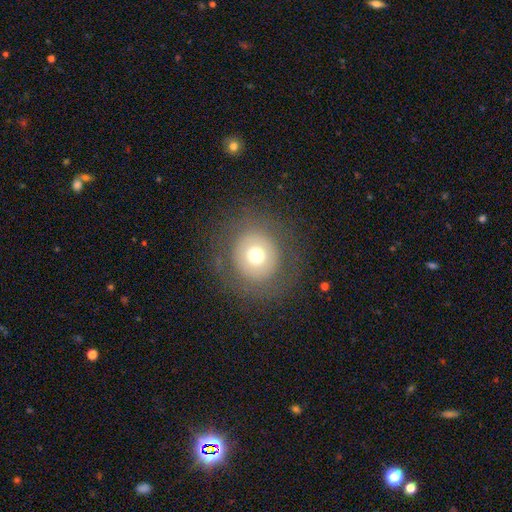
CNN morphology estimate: Overall: smooth (64%). How rounded: round (88%). Merging: none (82%).